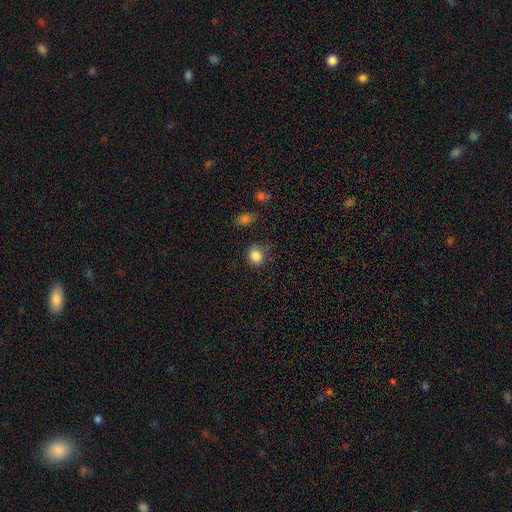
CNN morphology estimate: Overall: smooth (85%). How rounded: round (80%). Merging: none (79%).